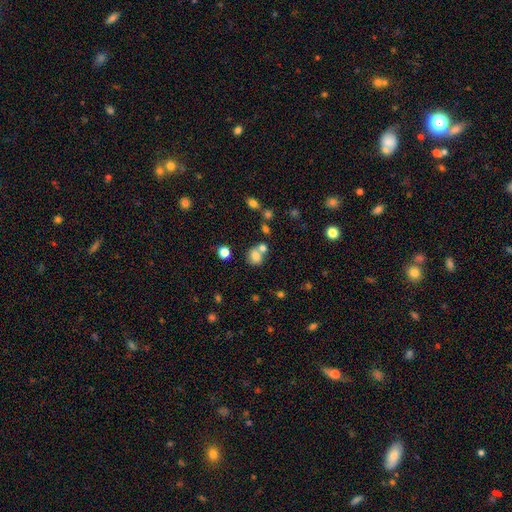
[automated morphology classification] This appears to be a smooth galaxy with no disk features (74%) that is round (71%). Merging: none (50%).